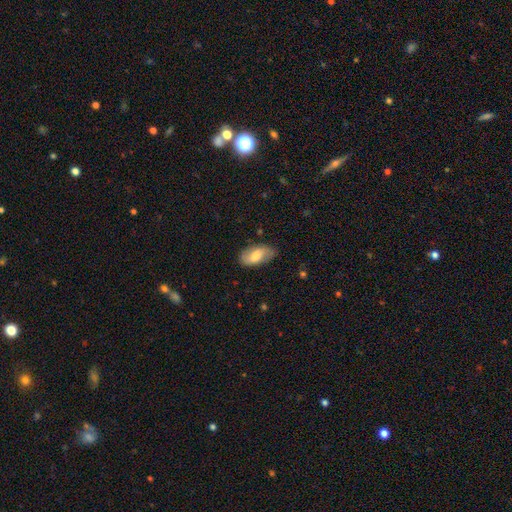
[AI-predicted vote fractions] Smooth or featured? smooth (64%)
How rounded? in between (93%)
Merging? none (78%)